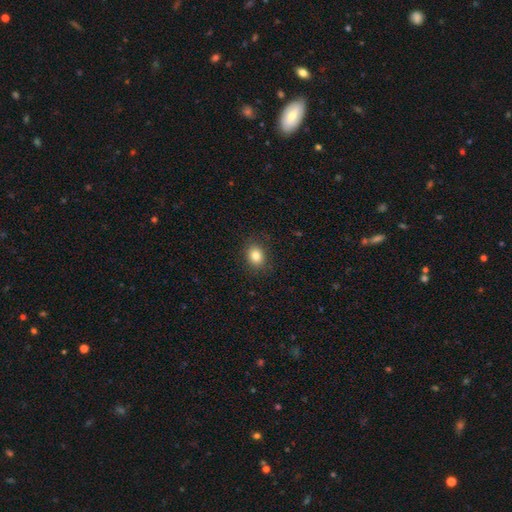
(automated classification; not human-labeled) Overall: smooth (84%). How rounded: in between (54%; round 45%). Merging: none (86%).